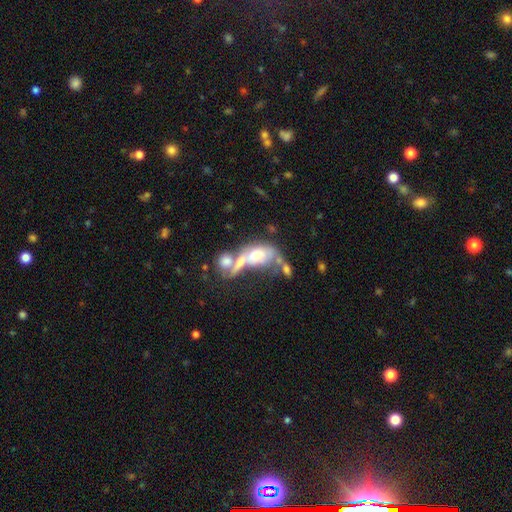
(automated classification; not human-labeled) Smooth or featured: smooth — 44% (tied with featured or disk — 44%)
Merging: merger — 58% (major disturbance — 19%)